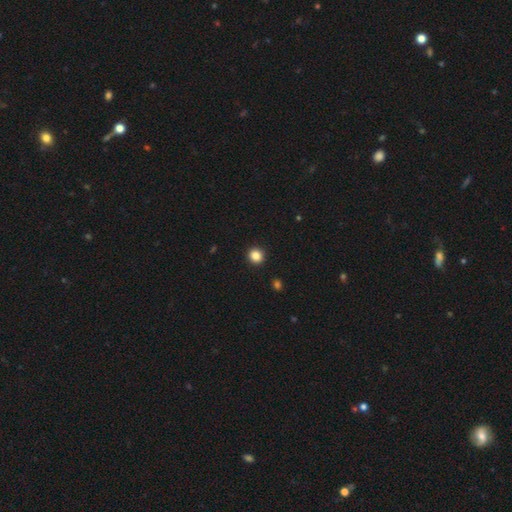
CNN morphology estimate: Smooth or featured: smooth — 85% (star or artifact — 11%)
How rounded: round — 89% (in between — 10%)
Merging: none — 93% (minor disturbance — 4%)